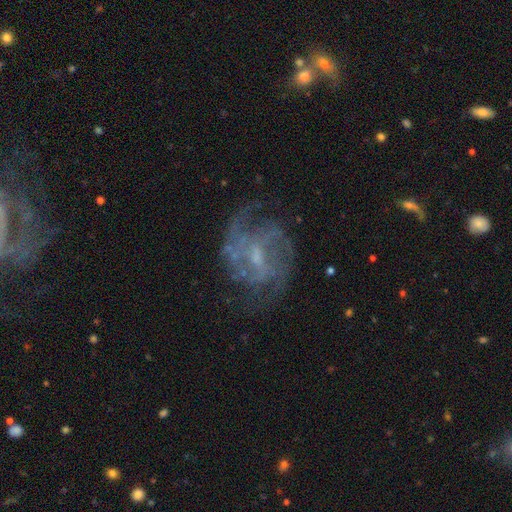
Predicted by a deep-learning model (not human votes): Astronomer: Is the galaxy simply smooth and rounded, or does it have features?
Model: featured or disk — 81%.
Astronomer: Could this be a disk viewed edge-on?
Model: no — 97%.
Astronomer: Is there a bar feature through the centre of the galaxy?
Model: weak — 55% (runner-up: no, 32%).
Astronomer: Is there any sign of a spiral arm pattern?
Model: yes — 89%.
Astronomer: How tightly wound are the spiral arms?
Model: medium — 46% (runner-up: tight, 33%).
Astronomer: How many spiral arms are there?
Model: can't tell — 31%, tied with 2 at 31%.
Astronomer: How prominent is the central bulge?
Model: small — 53%.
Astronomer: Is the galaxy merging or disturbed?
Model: none — 62%.